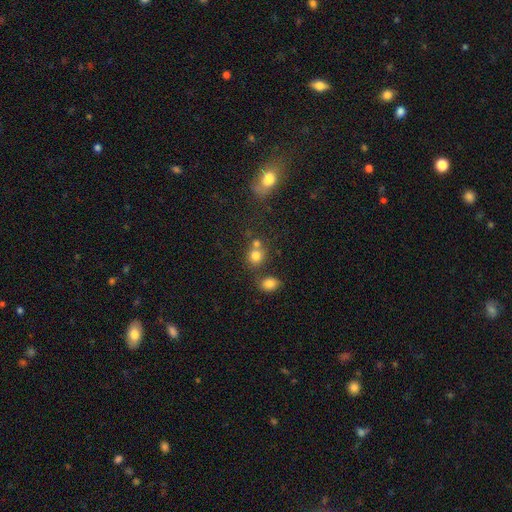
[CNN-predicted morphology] Smooth or featured? smooth (78%)
How rounded? round (81%)
Merging? none (55%)